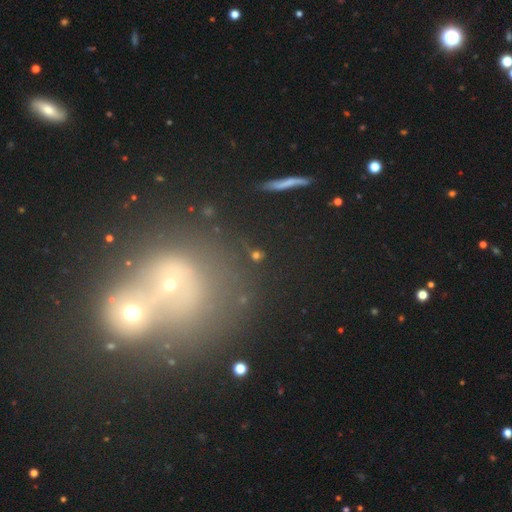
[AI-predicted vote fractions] smooth 41%, star or artifact 35%, featured or disk 24%. Down the decision tree: merging — none (75%).